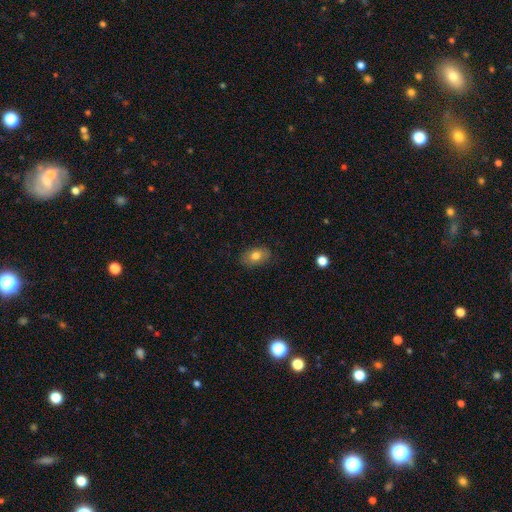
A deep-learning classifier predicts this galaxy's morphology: smooth 77%, featured or disk 15%, star or artifact 8%. Down the decision tree: how rounded — in between (85%); merging — none (84%).